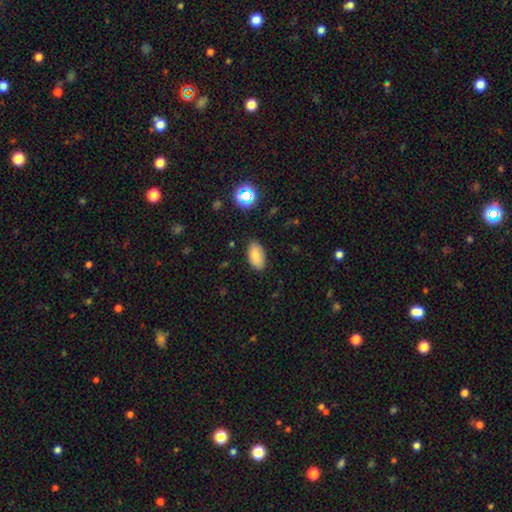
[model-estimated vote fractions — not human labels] This is clearly a smooth galaxy (81%). How rounded: clearly in between (94%). Merging: clearly none (85%).